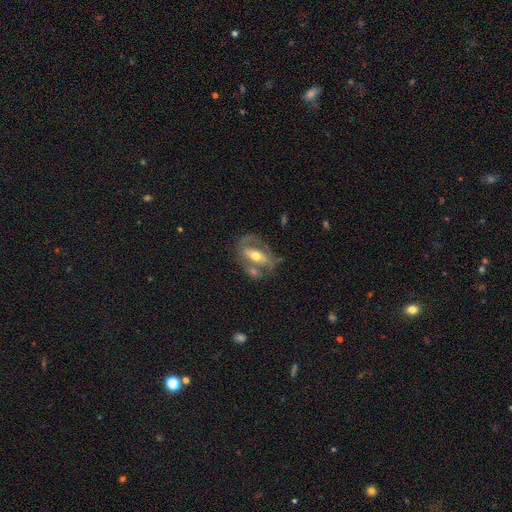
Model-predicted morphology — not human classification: Q: Smooth or featured?
A: featured or disk (74%); runner-up: smooth (19%)
Q: Edge-on disk?
A: no (87%); runner-up: yes (13%)
Q: Bar?
A: strong (47%); runner-up: weak (27%)
Q: Spiral arms?
A: yes (62%); runner-up: no (38%)
Q: Bulge size?
A: moderate (69%); runner-up: small (23%)
Q: Merging?
A: none (52%); runner-up: minor disturbance (19%)